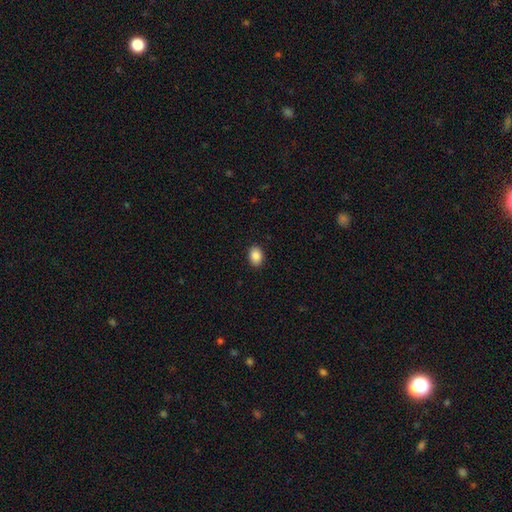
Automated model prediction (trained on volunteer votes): Morphology: type=smooth (87%); roundness=in between (76%); merging=none (91%).